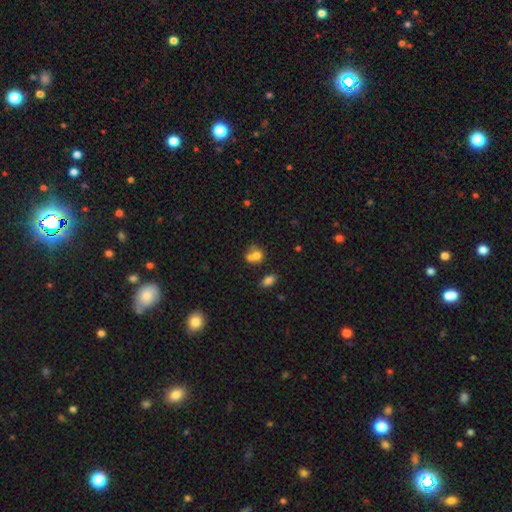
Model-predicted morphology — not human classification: Smooth or featured: smooth — 70% (featured or disk — 18%)
How rounded: round — 58% (in between — 41%)
Merging: merger — 54% (none — 29%)